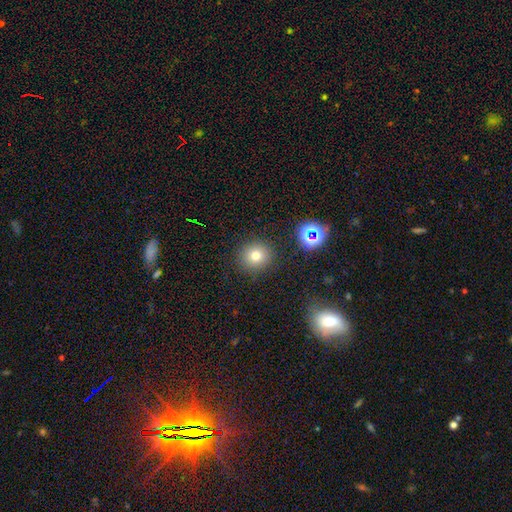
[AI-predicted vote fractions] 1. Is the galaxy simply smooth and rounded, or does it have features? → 74% smooth, 16% star or artifact, 9% featured or disk.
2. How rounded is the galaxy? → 90% round, 9% in between, 1% cigar-shaped.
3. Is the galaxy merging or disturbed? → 88% none, 7% minor disturbance, 3% major disturbance, 2% merger.